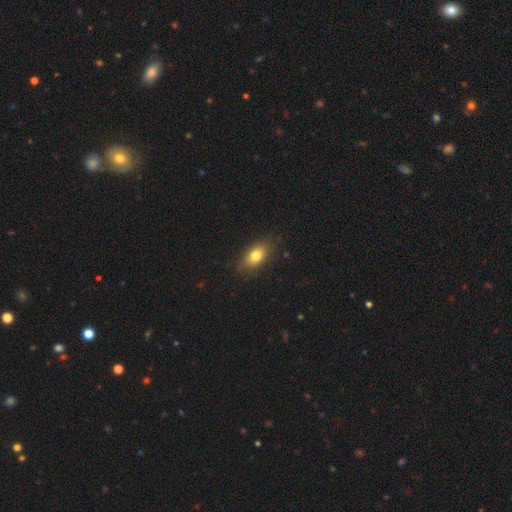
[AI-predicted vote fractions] This is likely a smooth galaxy (78%). How rounded: clearly in between (84%). Merging: clearly none (81%).